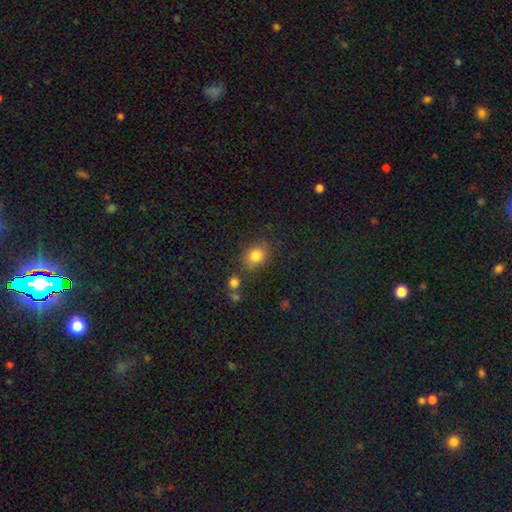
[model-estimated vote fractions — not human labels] Q: Smooth or featured?
A: smooth (82%); runner-up: star or artifact (11%)
Q: How rounded?
A: round (54%); runner-up: in between (44%)
Q: Merging?
A: none (74%); runner-up: minor disturbance (15%)